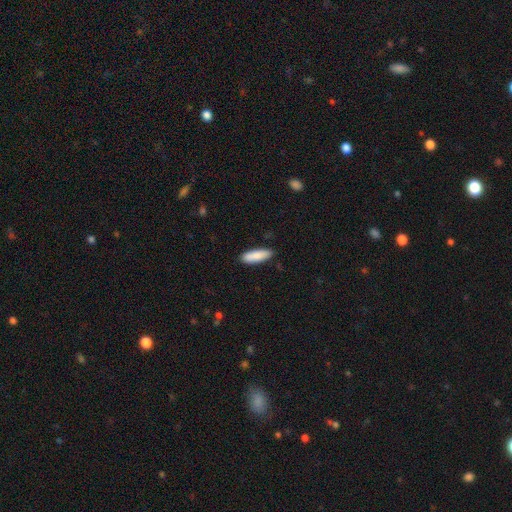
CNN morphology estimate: Smooth or featured? Predicted: smooth (p=0.87). How rounded? Predicted: in between (p=0.50). Merging? Predicted: none (p=0.86).